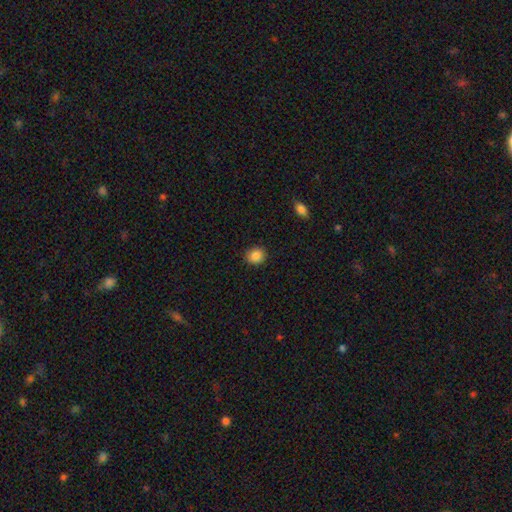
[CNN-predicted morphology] A smooth galaxy with no disk features (87%) that is round (76%). Merging: none (89%).